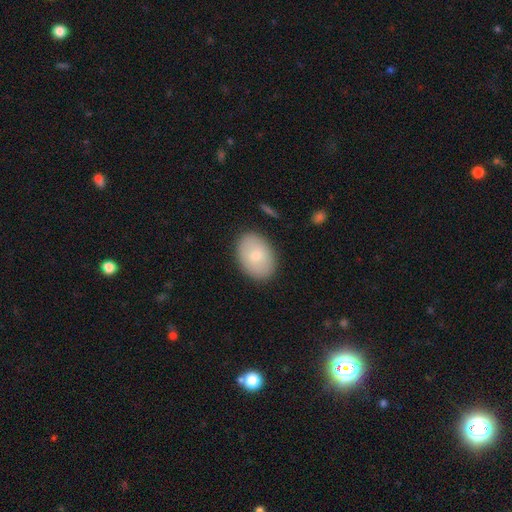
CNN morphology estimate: This is likely a smooth galaxy (75%). How rounded: likely in between (79%). Merging: clearly none (87%).